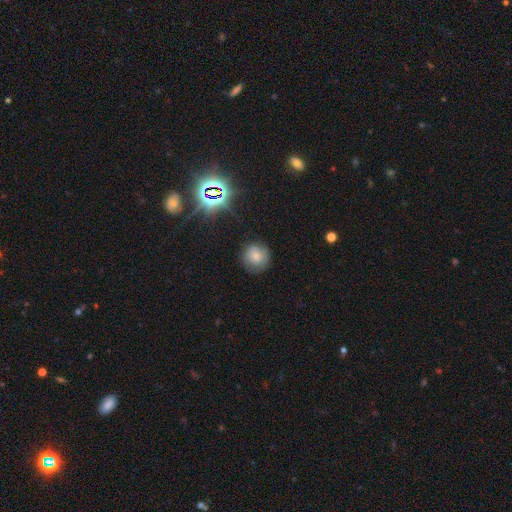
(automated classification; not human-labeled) Morphology: type=smooth (76%); roundness=round (91%); merging=none (81%).